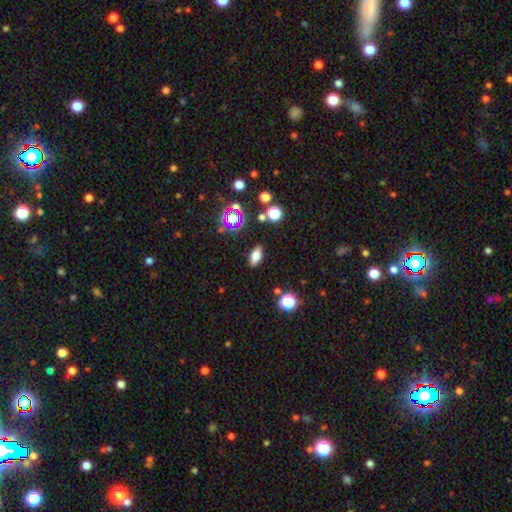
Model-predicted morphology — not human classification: Smooth or featured? Predicted: smooth (p=0.70). How rounded? Predicted: in between (p=0.80). Merging? Predicted: none (p=0.86).